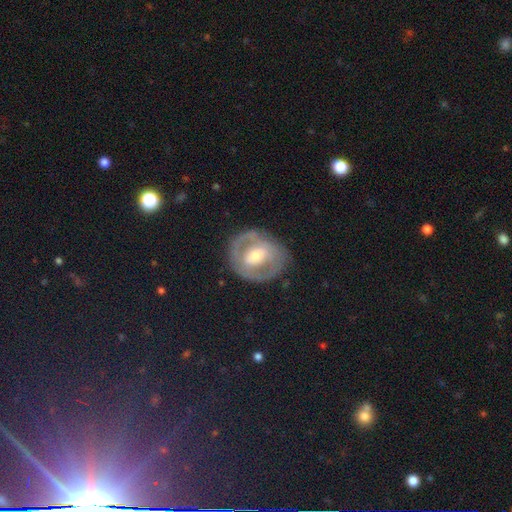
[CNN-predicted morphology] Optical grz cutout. It shows a featured or disk galaxy (68%) with a weak bar (39%), spiral arms (52%) and a moderate central bulge (60%). Merging: none (76%).